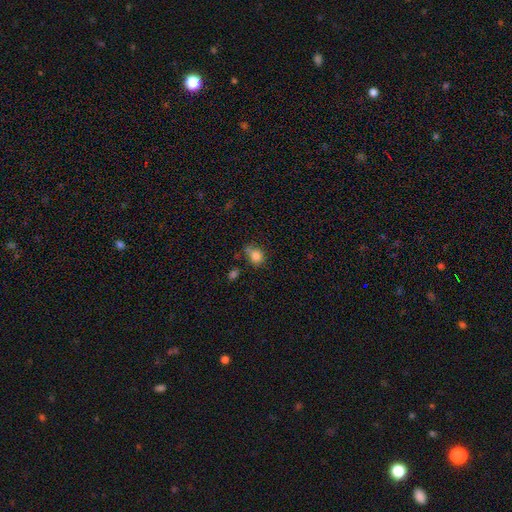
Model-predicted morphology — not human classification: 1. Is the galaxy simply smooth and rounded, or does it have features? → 83% smooth, 11% star or artifact, 6% featured or disk.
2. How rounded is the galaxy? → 56% round, 43% in between, 1% cigar-shaped.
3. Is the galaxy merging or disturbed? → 56% none, 27% minor disturbance, 9% merger, 8% major disturbance.